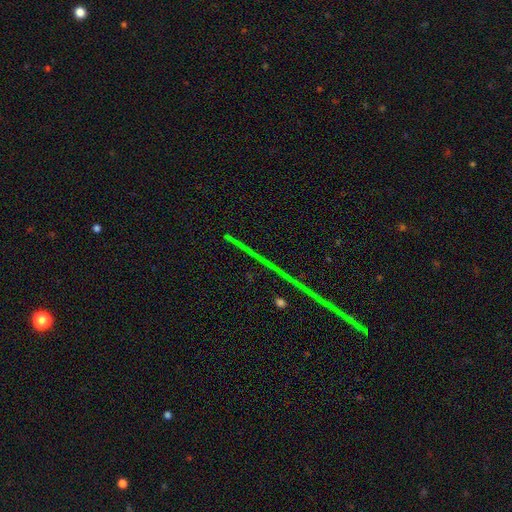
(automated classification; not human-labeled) Overall: star or artifact (82%).